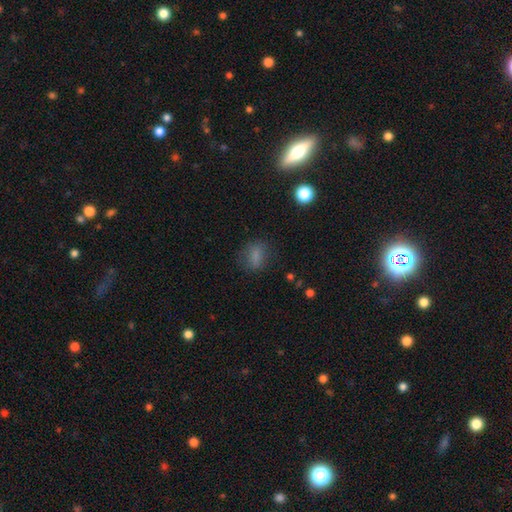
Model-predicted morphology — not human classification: Smooth or featured: smooth — 77% (star or artifact — 14%)
How rounded: in between — 64% (round — 32%)
Merging: none — 73% (minor disturbance — 17%)